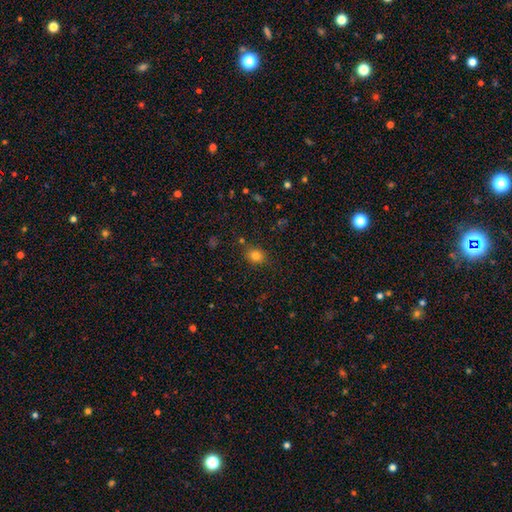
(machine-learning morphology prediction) Overall: smooth (80%). How rounded: round (63%; in between 36%). Merging: none (80%).